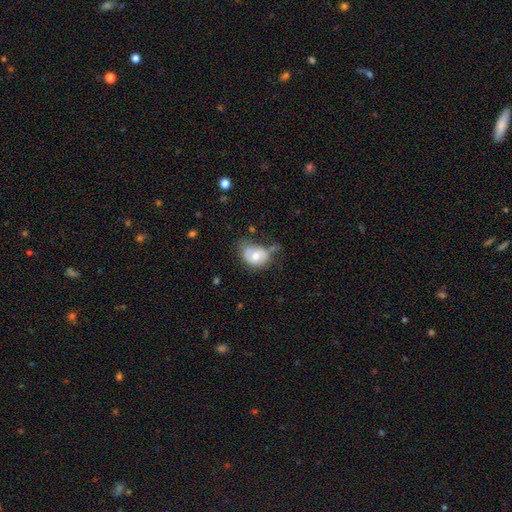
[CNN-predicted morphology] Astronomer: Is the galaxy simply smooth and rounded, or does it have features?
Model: smooth — 57% (runner-up: featured or disk, 36%).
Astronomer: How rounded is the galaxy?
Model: in between — 62% (runner-up: round, 37%).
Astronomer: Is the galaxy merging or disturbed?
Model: none — 40% (runner-up: minor disturbance, 35%).